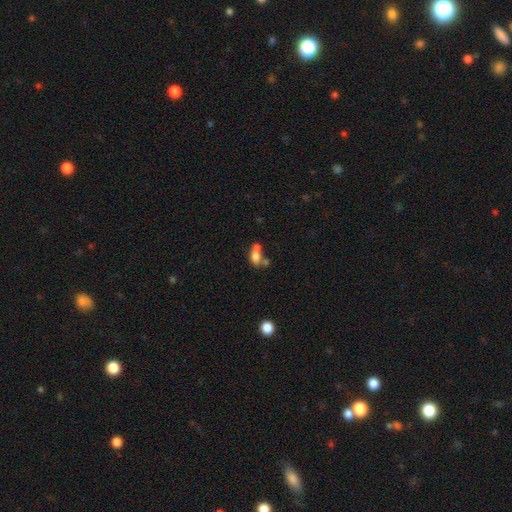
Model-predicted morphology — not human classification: A smooth galaxy with no disk features (68%) that is in between round and cigar-shaped (78%). Merging: merger (51%).